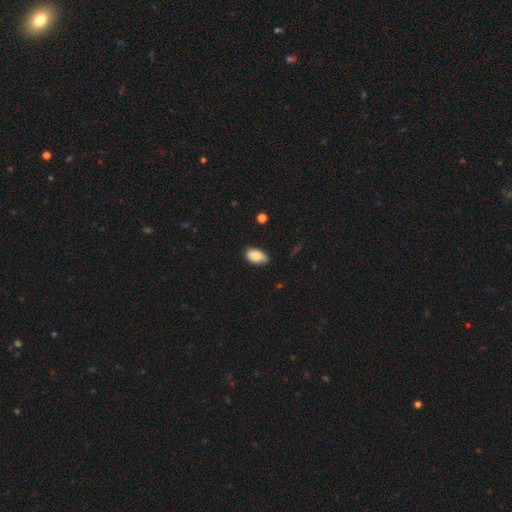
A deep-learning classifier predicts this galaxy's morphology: A smooth galaxy with no disk features (86%) that is in between round and cigar-shaped (93%).

Vote fractions:
- Smooth or featured? smooth: 86% / star or artifact: 7% / featured or disk: 7%
- How rounded? in between: 93% / round: 5% / cigar-shaped: 2%
- Merging? none: 65% / minor disturbance: 29% / major disturbance: 4% / merger: 2%